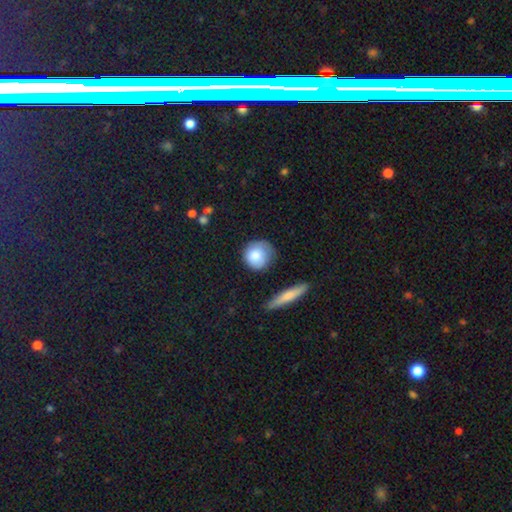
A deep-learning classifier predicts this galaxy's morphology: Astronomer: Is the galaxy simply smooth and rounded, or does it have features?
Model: smooth — 81%.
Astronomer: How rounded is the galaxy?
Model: round — 88%.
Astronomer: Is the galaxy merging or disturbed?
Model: none — 70%.